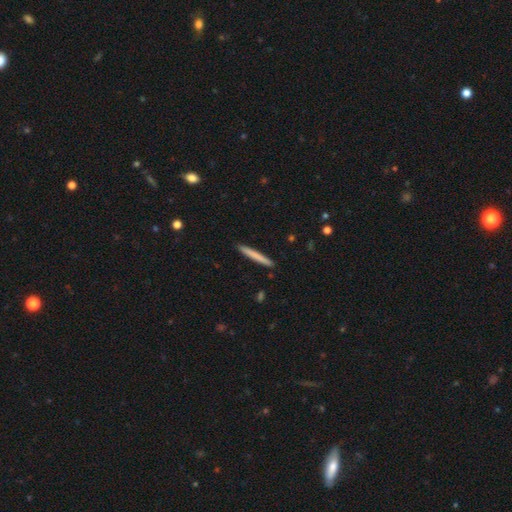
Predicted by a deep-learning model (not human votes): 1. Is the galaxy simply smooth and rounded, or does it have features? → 73% smooth, 22% featured or disk, 5% star or artifact.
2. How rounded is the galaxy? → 97% cigar-shaped, 2% in between, 1% round.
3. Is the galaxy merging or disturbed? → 92% none, 6% minor disturbance, 1% major disturbance, 1% merger.